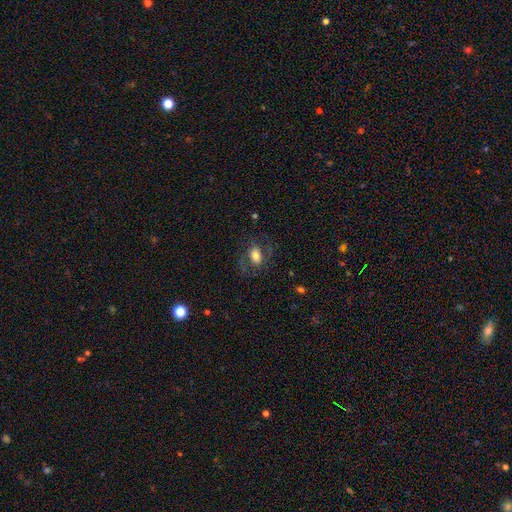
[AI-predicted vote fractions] Smooth or featured? Predicted: smooth (p=0.54). How rounded? Predicted: in between (p=0.80). Merging? Predicted: none (p=0.66).